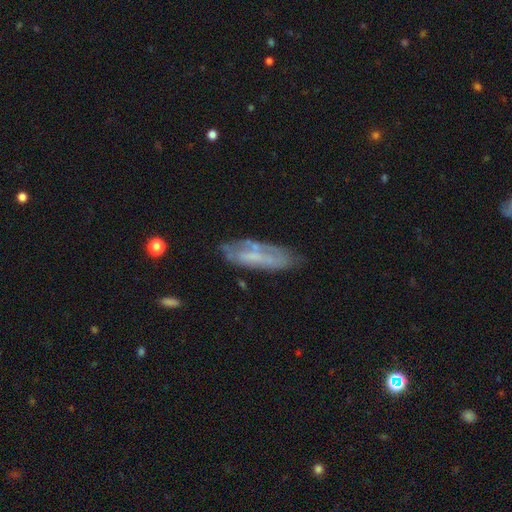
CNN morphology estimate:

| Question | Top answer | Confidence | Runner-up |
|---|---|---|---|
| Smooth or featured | featured or disk | 53% | smooth (38%) |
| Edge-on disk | no | 77% | yes (23%) |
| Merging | none | 59% | minor disturbance (25%) |